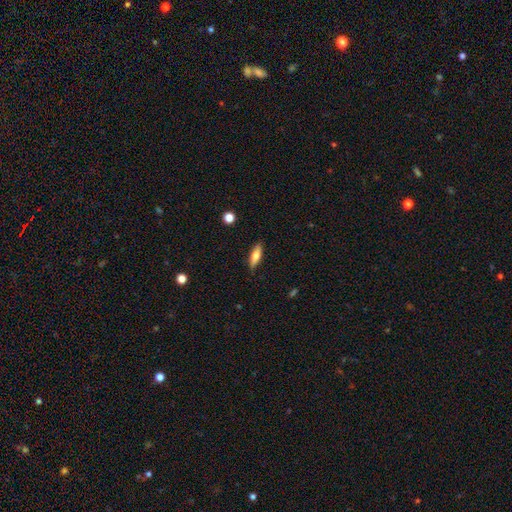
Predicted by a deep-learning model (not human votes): A smooth galaxy with no disk features (70%) that is cigar-shaped (52%).

Vote fractions:
- Smooth or featured? smooth: 70% / featured or disk: 23% / star or artifact: 7%
- How rounded? cigar-shaped: 52% / in between: 46% / round: 2%
- Merging? none: 87% / minor disturbance: 10% / major disturbance: 2% / merger: 1%